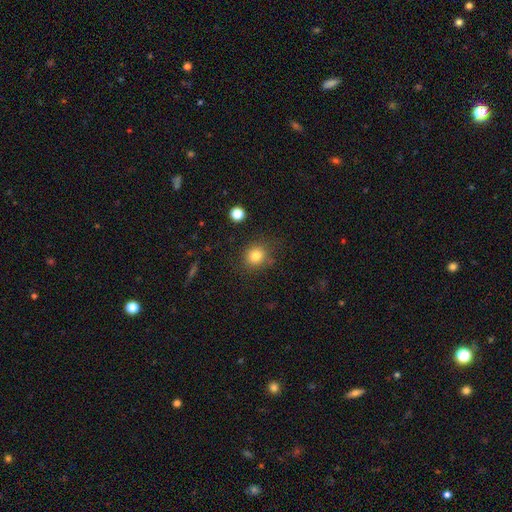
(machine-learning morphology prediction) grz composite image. It shows a smooth galaxy with no disk features (81%) that is round (79%). Merging: none (79%).